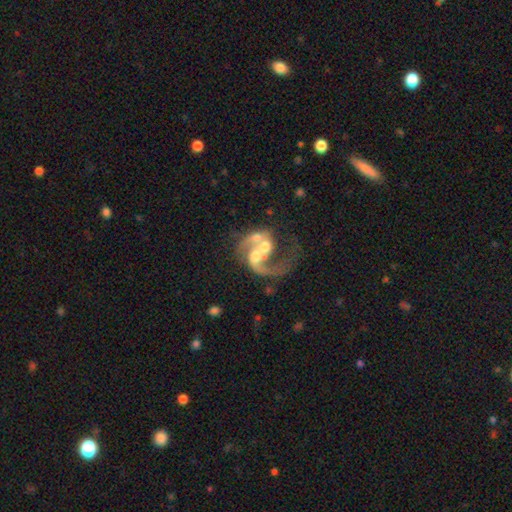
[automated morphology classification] type=featured or disk (80%); edge-on=no (98%); bar=no (63%); spiral arms=yes (84%); winding=loose (57%); arm count=1 (46%); bulge=moderate (56%); merging=merger (59%).